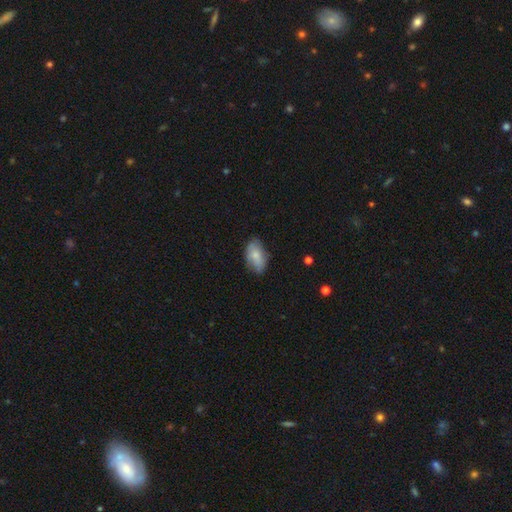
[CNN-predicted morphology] type=smooth (73%); roundness=in between (92%); merging=none (71%).